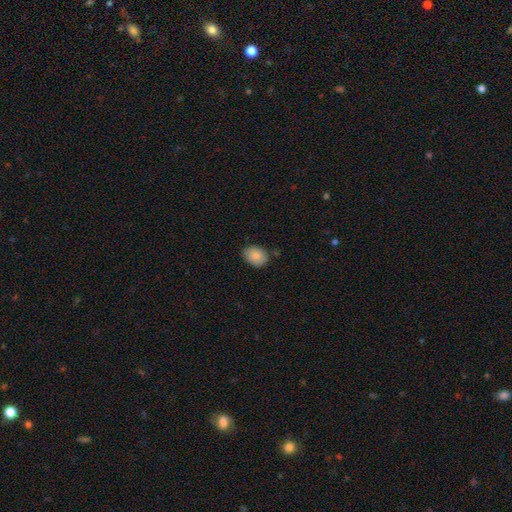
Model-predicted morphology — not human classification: This appears to be a smooth galaxy with no disk features (87%) that is in between round and cigar-shaped (71%). Merging: none (78%).